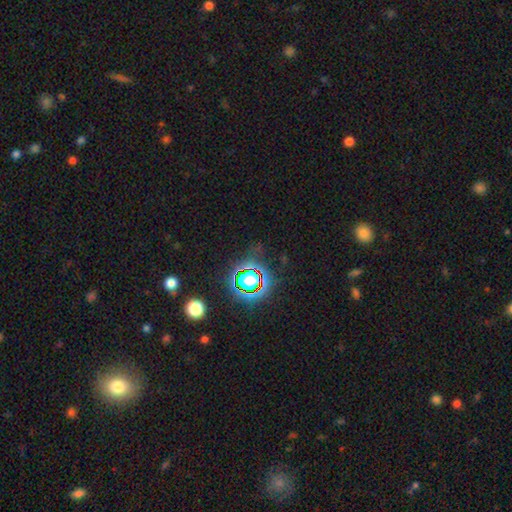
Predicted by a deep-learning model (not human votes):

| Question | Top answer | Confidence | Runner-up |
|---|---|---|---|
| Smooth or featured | star or artifact | 79% | smooth (13%) |